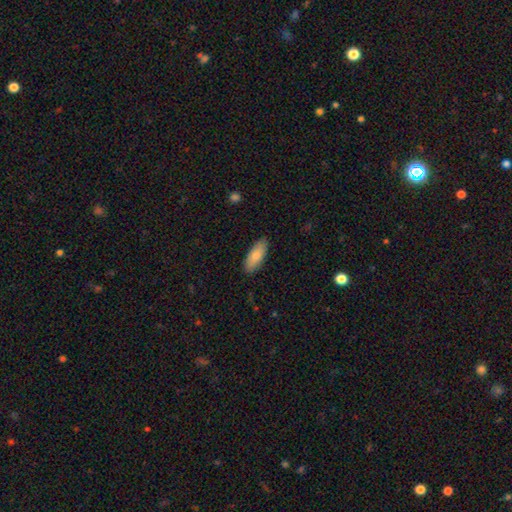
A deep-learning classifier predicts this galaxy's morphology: The model was most divided on "how rounded": in between: 79%, cigar-shaped: 19%, round: 2%. More confident: merging — none (87%); smooth or featured — smooth (80%).